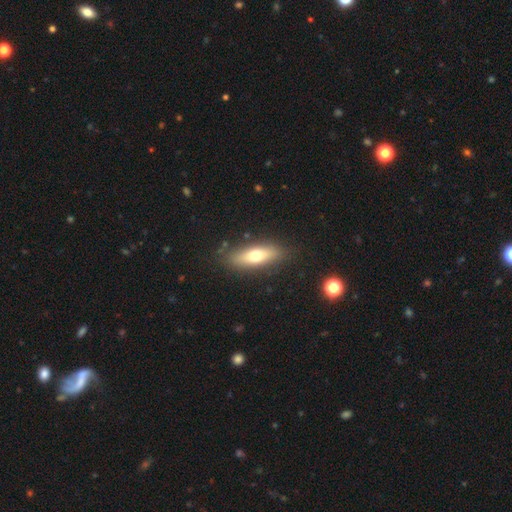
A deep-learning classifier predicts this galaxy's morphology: smooth_or_featured: smooth (p=0.65) [alt: featured or disk p=0.29]
how_rounded: in between (p=0.53) [alt: cigar-shaped p=0.45]
merging: none (p=0.84) [alt: minor disturbance p=0.11]